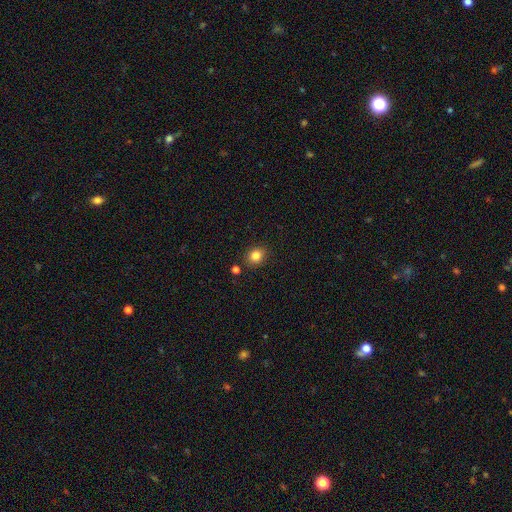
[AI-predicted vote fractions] Smooth or featured?
  - smooth: 83% *
  - star or artifact: 11%
  - featured or disk: 6%
How rounded?
  - round: 67% *
  - in between: 32%
  - cigar-shaped: 1%
Merging?
  - none: 84% *
  - minor disturbance: 9%
  - merger: 4%
  - major disturbance: 2%